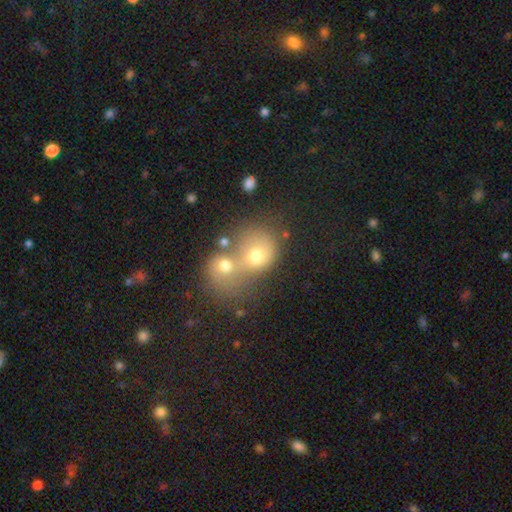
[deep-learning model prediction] The model was most divided on "how rounded": round: 67%, in between: 32%, cigar-shaped: 1%. More confident: merging — merger (71%); smooth or featured — smooth (64%).